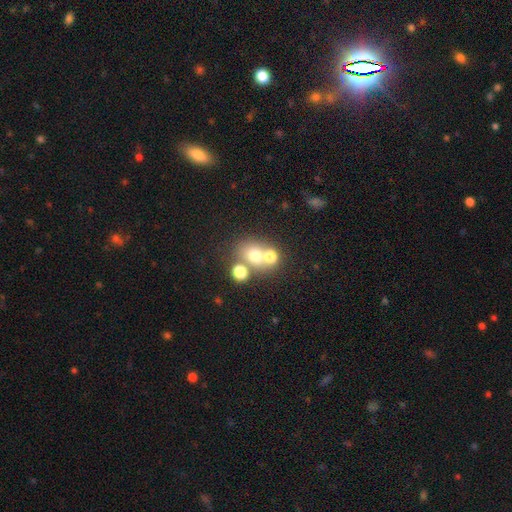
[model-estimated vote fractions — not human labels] Smooth or featured? Predicted: smooth (p=0.67). How rounded? Predicted: round (p=0.62). Merging? Predicted: none (p=0.44, tied with merger).